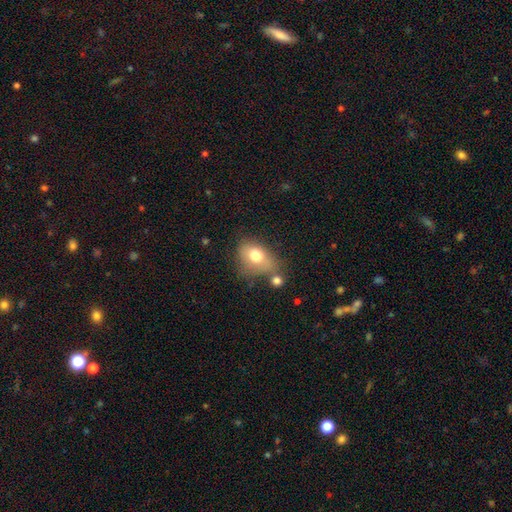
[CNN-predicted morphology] Smooth or featured?
  - smooth: 74% *
  - featured or disk: 17%
  - star or artifact: 9%
How rounded?
  - in between: 72% *
  - round: 26%
  - cigar-shaped: 2%
Merging?
  - none: 41% *
  - minor disturbance: 25%
  - merger: 19%
  - major disturbance: 15%